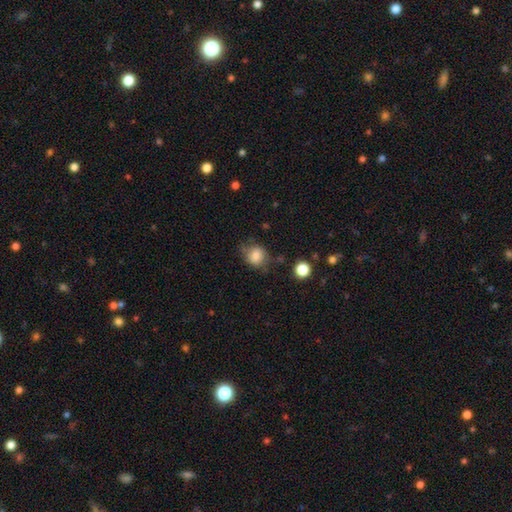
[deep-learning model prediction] This appears to be a smooth galaxy with no disk features (80%) that is round (74%). Merging: none (67%).